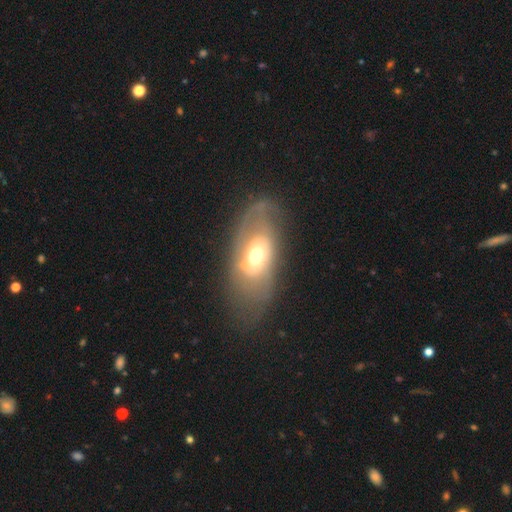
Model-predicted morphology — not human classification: This appears to be a featured or disk galaxy (62%) with no bar (64%), spiral arms (58%) and a moderate central bulge (65%). Merging: none (56%).